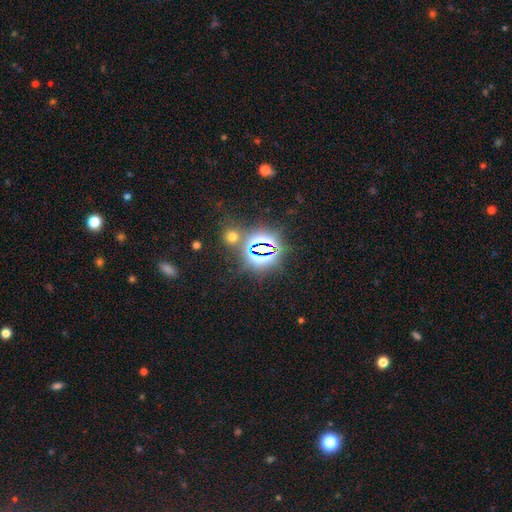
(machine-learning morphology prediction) This appears to be a star or artifact, not a galaxy (80%).